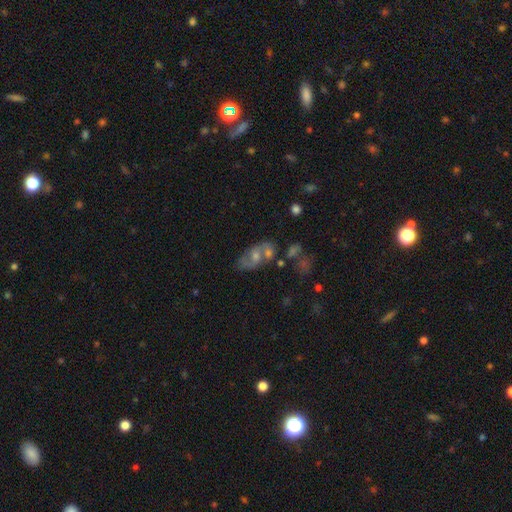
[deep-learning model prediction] This appears to be a featured or disk galaxy (58%) with no bar (58%), spiral arms (68%) and a moderate central bulge (55%). Merging: none (55%).